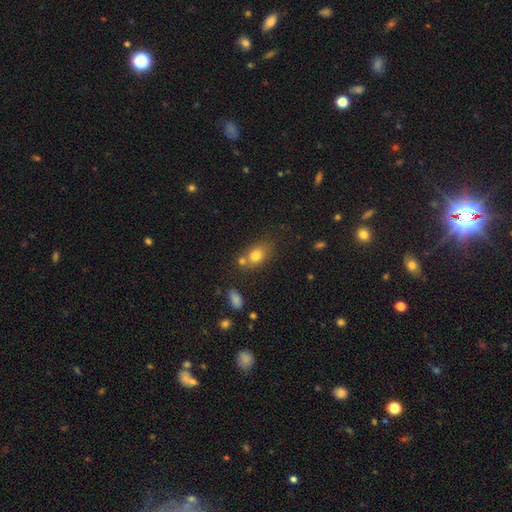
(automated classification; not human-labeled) A smooth galaxy with no disk features (77%) that is in between round and cigar-shaped (72%). Merging: none (59%).